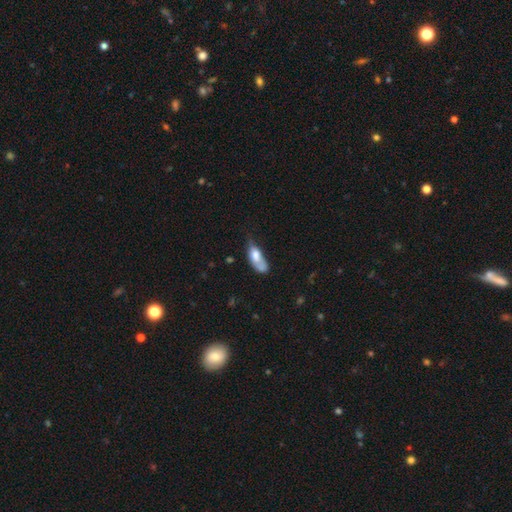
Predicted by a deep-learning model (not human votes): Smooth or featured: smooth — 66% (featured or disk — 27%)
How rounded: in between — 78% (cigar-shaped — 18%)
Merging: minor disturbance — 31% (none — 27%)